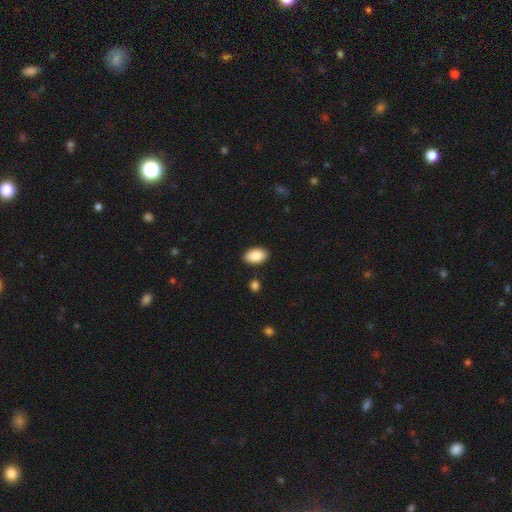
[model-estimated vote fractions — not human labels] Smooth or featured?
  - smooth: 90% *
  - star or artifact: 6%
  - featured or disk: 4%
How rounded?
  - in between: 93% *
  - round: 5%
  - cigar-shaped: 1%
Merging?
  - none: 87% *
  - minor disturbance: 8%
  - major disturbance: 2%
  - merger: 2%